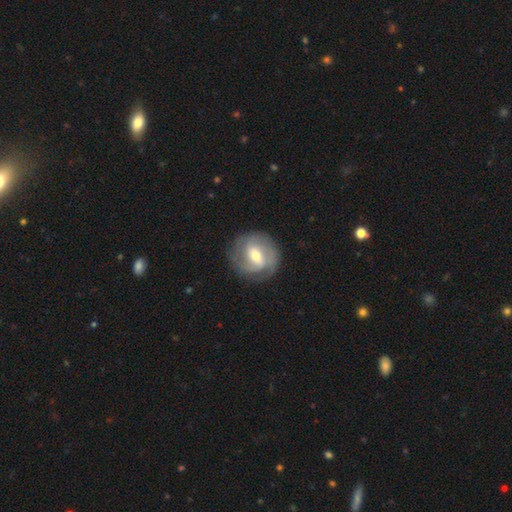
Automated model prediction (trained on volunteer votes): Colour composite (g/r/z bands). It shows a featured or disk galaxy (69%) with a weak bar (48%), 2 (62%) tight (45%) spiral arms (81%) and a moderate central bulge (58%). Merging: none (79%).